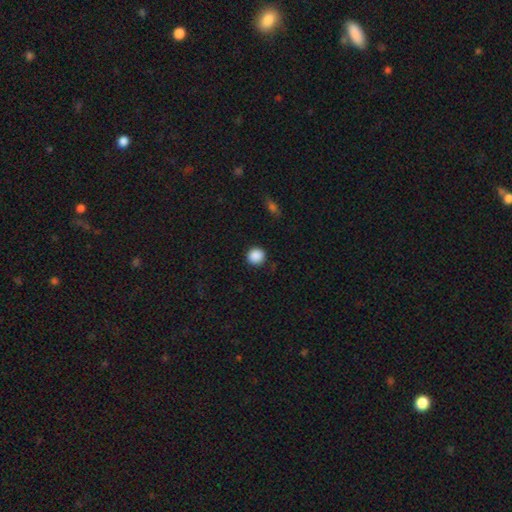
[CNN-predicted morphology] Smooth or featured? Predicted: smooth (p=0.88). How rounded? Predicted: round (p=0.92). Merging? Predicted: none (p=0.91).